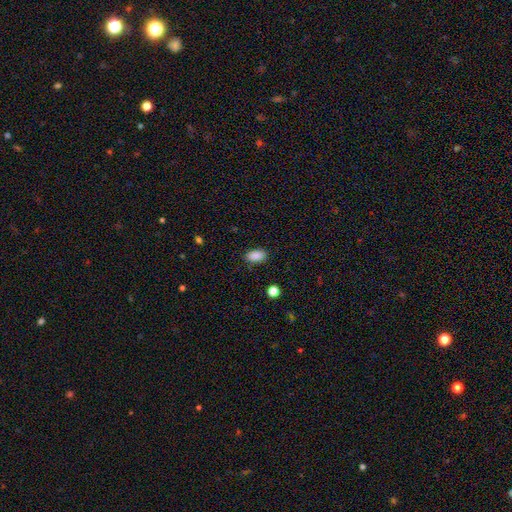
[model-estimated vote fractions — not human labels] smooth_or_featured: smooth (p=0.89) [alt: star or artifact p=0.08]
how_rounded: in between (p=0.91) [alt: round p=0.06]
merging: none (p=0.87) [alt: minor disturbance p=0.09]